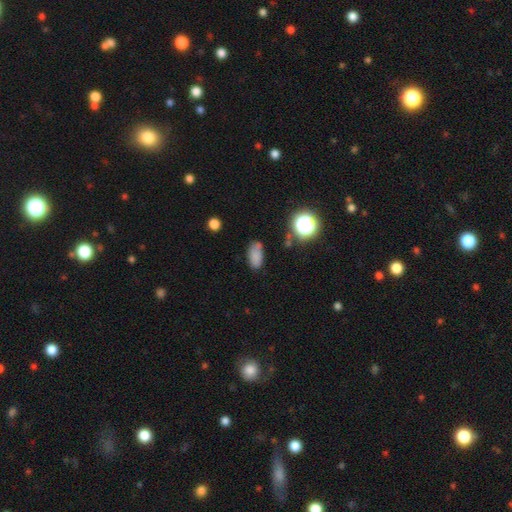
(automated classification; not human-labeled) smooth-or-featured: smooth: 79% | star or artifact: 14% | featured or disk: 8%
  how-rounded: in between: 88% | round: 6% | cigar-shaped: 6%
  merging: none: 69% | minor disturbance: 21% | major disturbance: 6% | merger: 5%